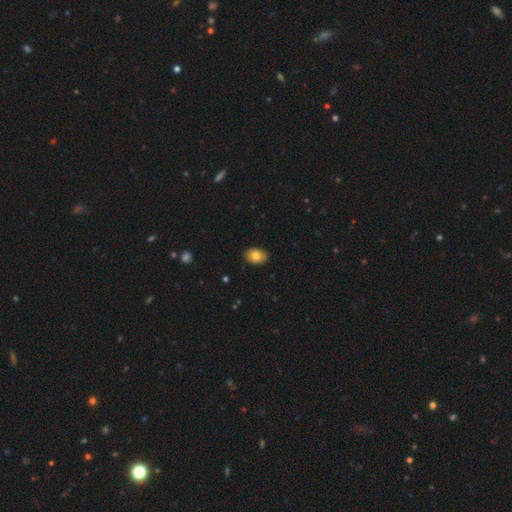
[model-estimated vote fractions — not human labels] Smooth or featured: smooth — 81% (featured or disk — 11%)
How rounded: in between — 78% (round — 21%)
Merging: none — 89% (minor disturbance — 8%)